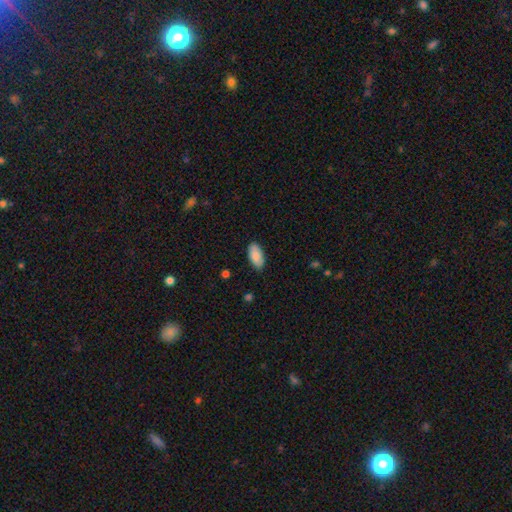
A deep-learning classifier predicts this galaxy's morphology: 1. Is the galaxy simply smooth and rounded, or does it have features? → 87% smooth, 7% featured or disk, 6% star or artifact.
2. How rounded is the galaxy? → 93% in between, 5% cigar-shaped, 2% round.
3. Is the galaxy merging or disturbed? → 87% none, 10% minor disturbance, 2% major disturbance, 1% merger.